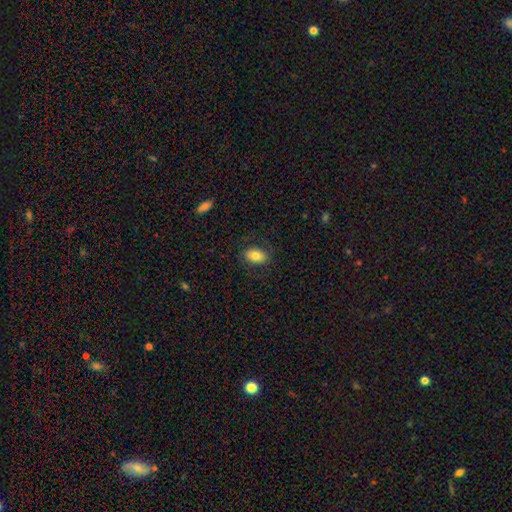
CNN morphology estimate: A smooth galaxy with no disk features (80%) that is in between round and cigar-shaped (87%). Merging: none (83%).